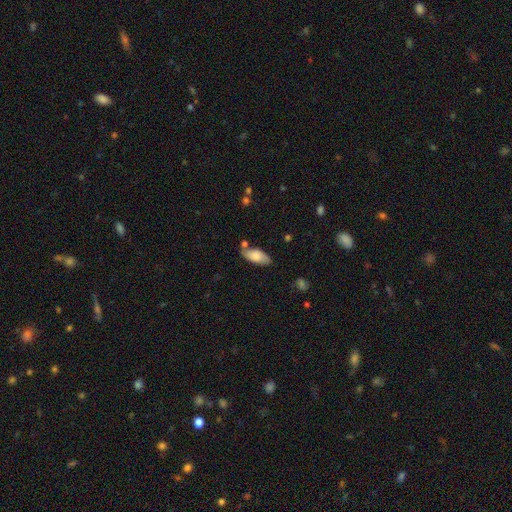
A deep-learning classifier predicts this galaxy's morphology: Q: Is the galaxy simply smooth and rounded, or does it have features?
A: smooth — 77%.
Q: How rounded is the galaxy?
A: in between — 86%.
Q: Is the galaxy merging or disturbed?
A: none — 71%.